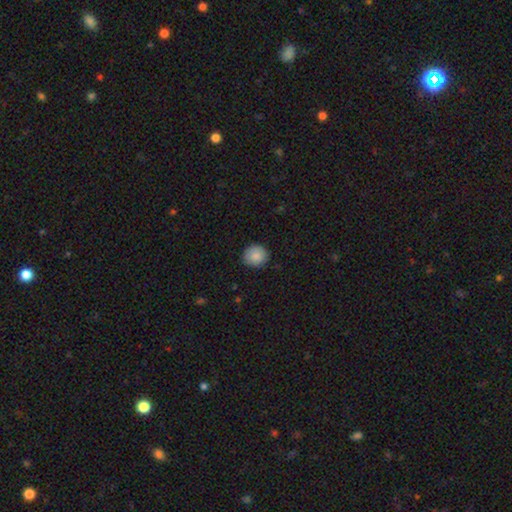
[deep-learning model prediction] The model was most divided on "how rounded": round: 84%, in between: 15%, cigar-shaped: 1%. More confident: smooth or featured — smooth (87%); merging — none (86%).